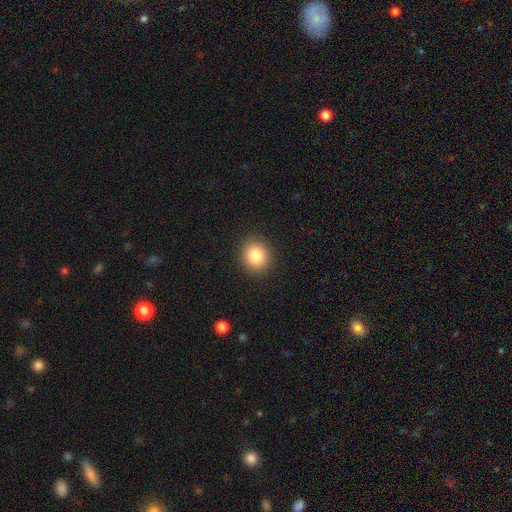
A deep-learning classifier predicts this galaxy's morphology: smooth-or-featured: smooth: 84% | star or artifact: 10% | featured or disk: 6%
  how-rounded: round: 81% | in between: 18% | cigar-shaped: 1%
  merging: none: 91% | minor disturbance: 6% | major disturbance: 2% | merger: 1%